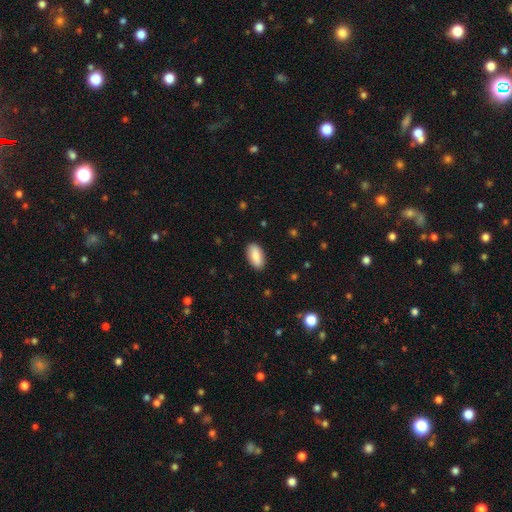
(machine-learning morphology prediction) type=smooth (87%); roundness=in between (92%); merging=none (88%).